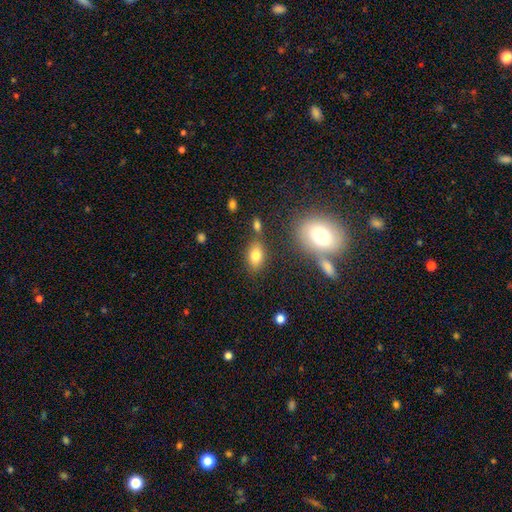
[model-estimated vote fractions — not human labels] Smooth or featured? Predicted: smooth (p=0.80). How rounded? Predicted: in between (p=0.86). Merging? Predicted: none (p=0.74).